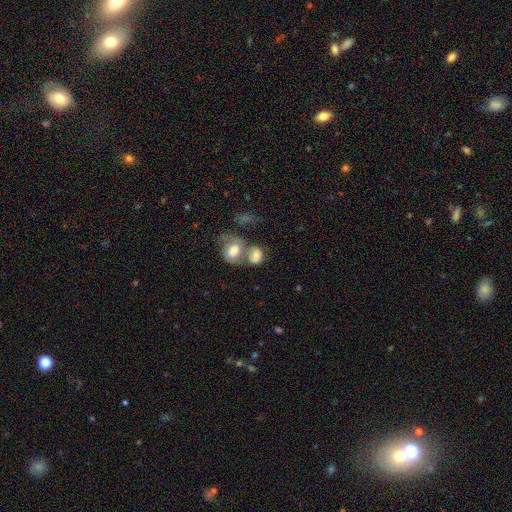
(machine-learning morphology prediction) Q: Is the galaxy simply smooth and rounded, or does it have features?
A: smooth — 69%.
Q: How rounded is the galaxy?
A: in between — 60%.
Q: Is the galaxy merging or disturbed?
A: merger — 60%.